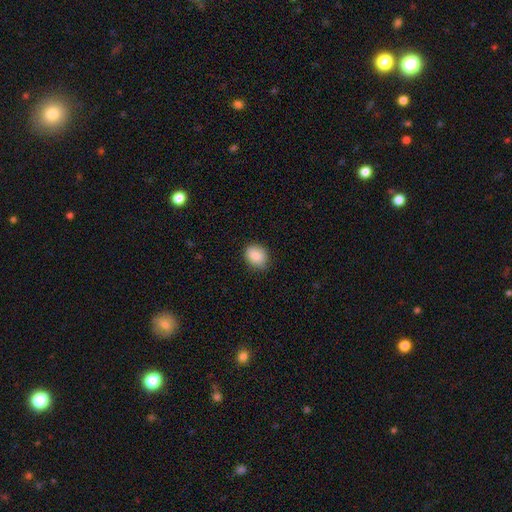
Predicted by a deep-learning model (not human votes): A smooth galaxy with no disk features (88%) that is round (51%). Merging: none (82%).